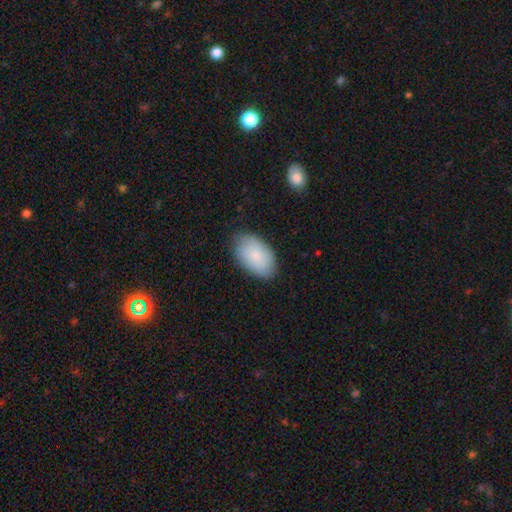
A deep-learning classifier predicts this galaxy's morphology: smooth_or_featured: smooth (p=0.83) [alt: featured or disk p=0.11]
how_rounded: in between (p=0.93) [alt: round p=0.06]
merging: none (p=0.81) [alt: minor disturbance p=0.14]